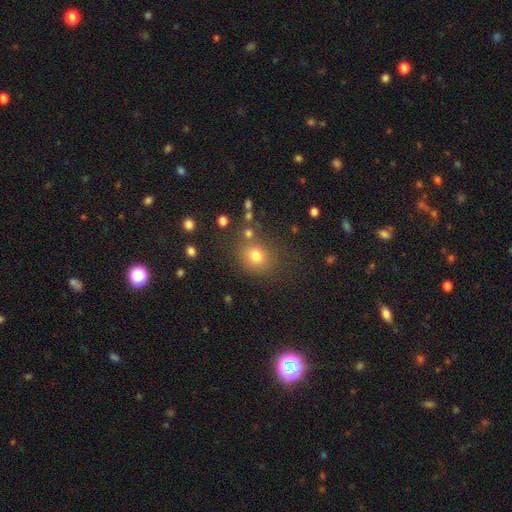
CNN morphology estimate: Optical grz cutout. It shows a smooth galaxy with no disk features (76%) that is round (78%). Merging: none (75%).